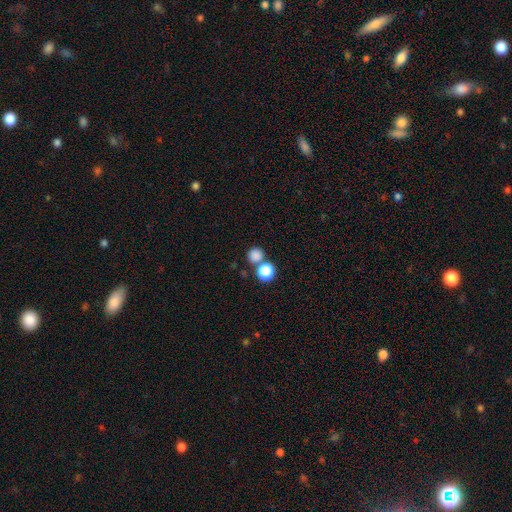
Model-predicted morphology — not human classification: This is clearly a smooth galaxy (81%). How rounded: clearly round (88%). Merging: likely none (64%).